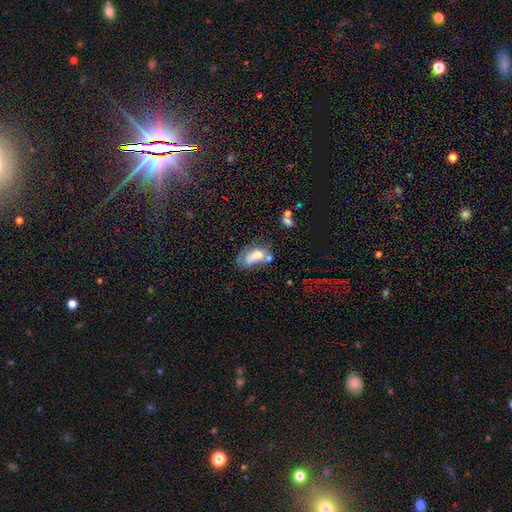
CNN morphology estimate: Smooth or featured: smooth — 53% (featured or disk — 37%)
How rounded: in between — 87% (round — 8%)
Merging: merger — 29% (major disturbance — 26%)